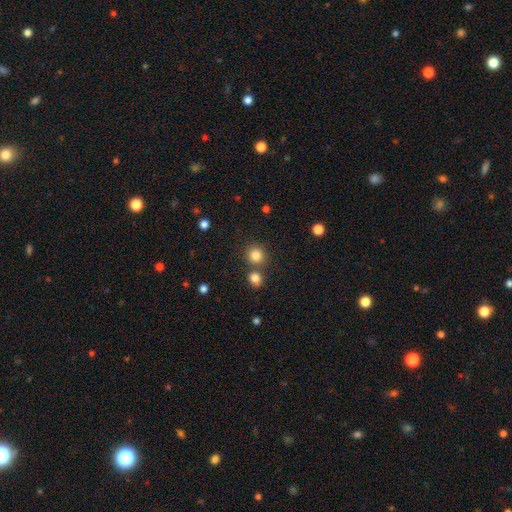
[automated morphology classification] This is clearly a smooth galaxy (83%). How rounded: clearly round (90%). Merging: likely none (75%).